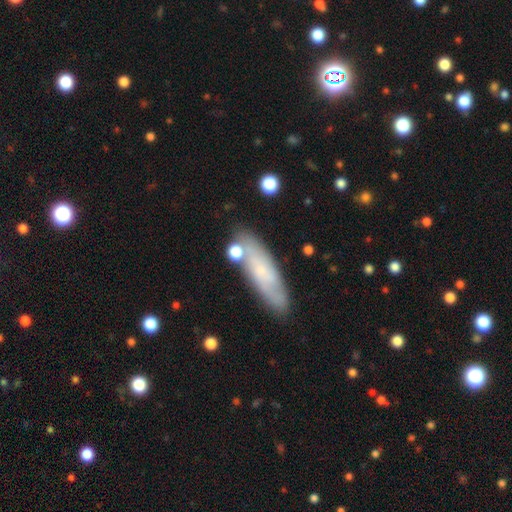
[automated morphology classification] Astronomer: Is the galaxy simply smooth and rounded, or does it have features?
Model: smooth — 55% (runner-up: featured or disk, 37%).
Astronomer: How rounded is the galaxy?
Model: cigar-shaped — 57% (runner-up: in between, 41%).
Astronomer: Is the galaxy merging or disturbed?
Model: none — 74%.